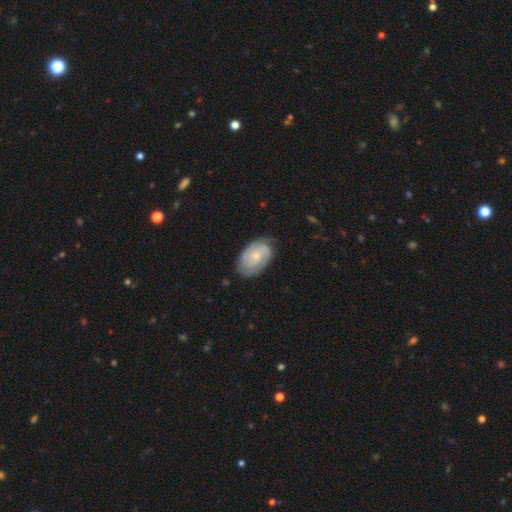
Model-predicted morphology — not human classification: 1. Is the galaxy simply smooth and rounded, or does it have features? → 73% featured or disk, 21% smooth, 5% star or artifact.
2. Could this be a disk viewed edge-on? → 97% no, 3% yes.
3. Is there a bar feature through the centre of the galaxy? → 66% no, 30% weak, 4% strong.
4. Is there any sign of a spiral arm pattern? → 93% yes, 7% no.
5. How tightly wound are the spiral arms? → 63% tight, 29% medium, 8% loose.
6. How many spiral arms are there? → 53% 2, 23% can't tell, 13% 3, 4% 1, 3% 4, 3% more than 4.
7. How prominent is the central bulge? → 66% small, 25% moderate, 7% none, 2% large, 1% dominant.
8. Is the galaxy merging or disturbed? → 76% none, 18% minor disturbance, 5% major disturbance, 1% merger.